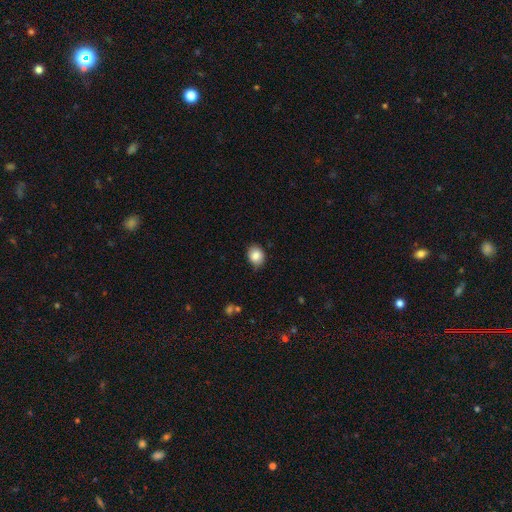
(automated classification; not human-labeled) The model was most divided on "how rounded": round: 57%, in between: 42%, cigar-shaped: 1%. More confident: smooth or featured — smooth (85%); merging — none (79%).